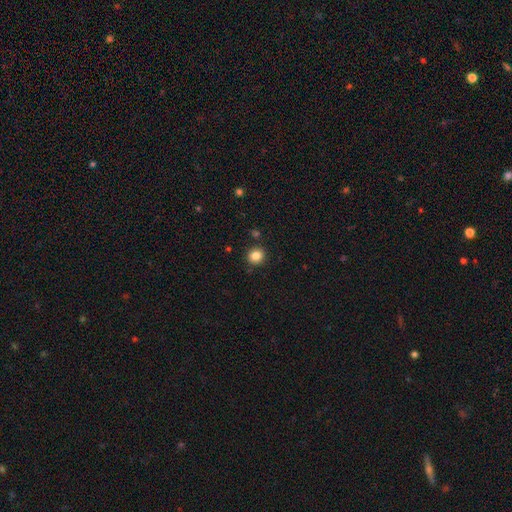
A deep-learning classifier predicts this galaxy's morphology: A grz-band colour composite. It shows a smooth galaxy with no disk features (84%) that is round (85%). Merging: none (89%).